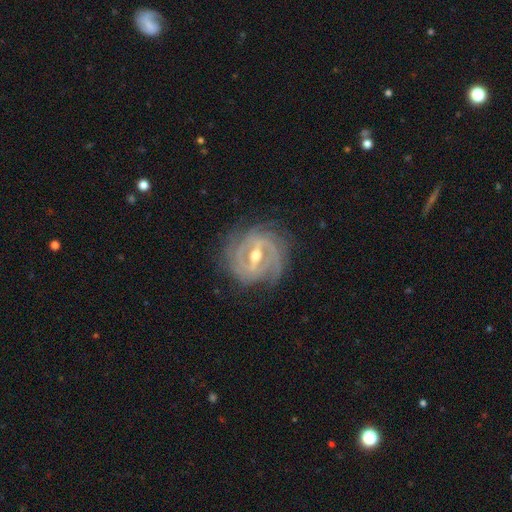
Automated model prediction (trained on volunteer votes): Morphology: type=featured or disk (91%); edge-on=no (95%); bar=strong (62%); spiral arms=yes (96%); winding=tight (73%); arm count=2 (28%, tied with 3); bulge=moderate (71%); merging=none (79%).